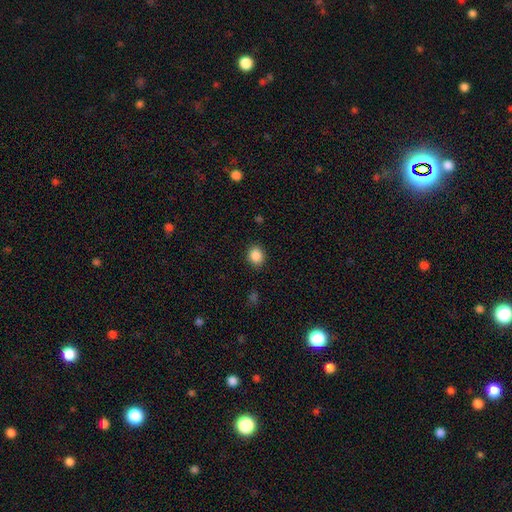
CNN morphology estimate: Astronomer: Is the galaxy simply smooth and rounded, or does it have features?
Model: smooth — 87%.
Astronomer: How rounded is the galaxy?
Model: round — 68%.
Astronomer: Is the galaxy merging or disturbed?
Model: none — 89%.